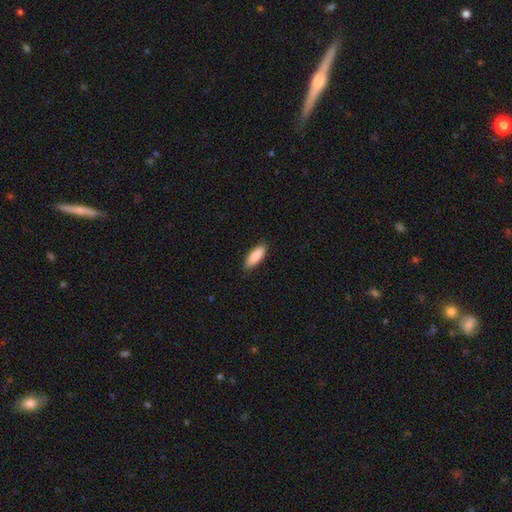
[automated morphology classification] A smooth galaxy with no disk features (88%) that is in between round and cigar-shaped (62%). Merging: none (88%).